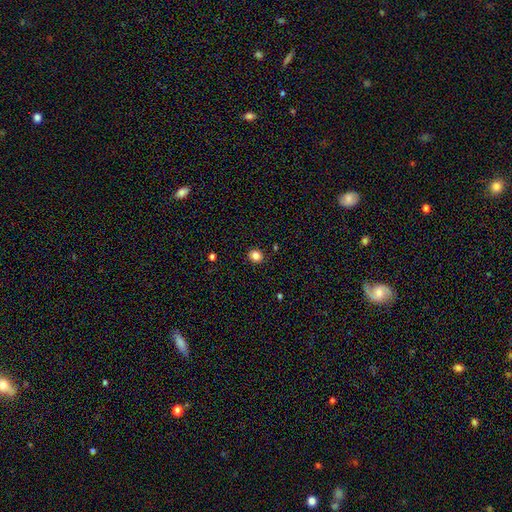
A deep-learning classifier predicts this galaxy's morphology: Smooth or featured: smooth — 84% (star or artifact — 11%)
How rounded: round — 77% (in between — 22%)
Merging: none — 90% (minor disturbance — 7%)